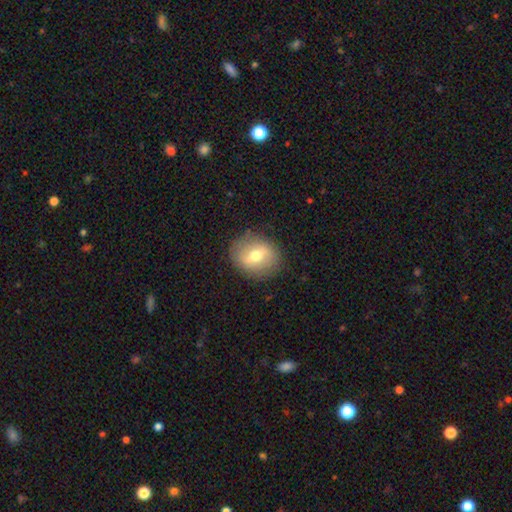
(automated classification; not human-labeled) smooth 56%, featured or disk 36%, star or artifact 8%. Down the decision tree: how rounded — round (67%); merging — none (85%).